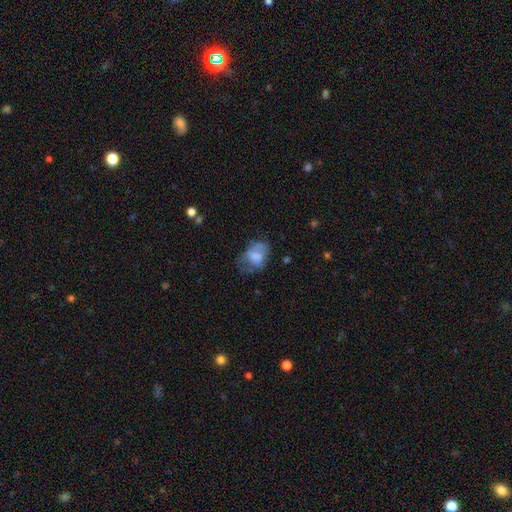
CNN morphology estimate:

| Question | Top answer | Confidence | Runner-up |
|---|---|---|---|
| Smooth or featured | smooth | 64% | featured or disk (27%) |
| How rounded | in between | 70% | round (29%) |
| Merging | none | 37% | minor disturbance (30%) |